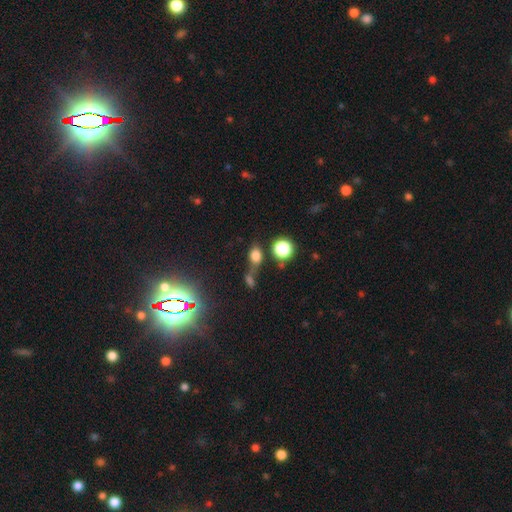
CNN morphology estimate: Smooth or featured: smooth — 71% (star or artifact — 20%)
How rounded: in between — 54% (round — 42%)
Merging: none — 44% (merger — 32%)